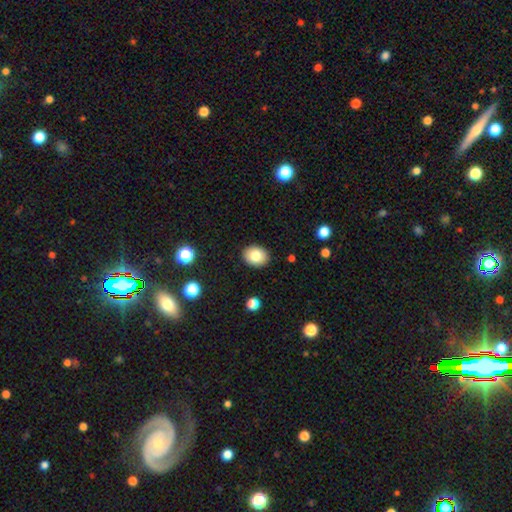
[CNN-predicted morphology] Q: Smooth or featured?
A: smooth (81%); runner-up: featured or disk (10%)
Q: How rounded?
A: in between (51%); runner-up: round (48%)
Q: Merging?
A: none (90%); runner-up: minor disturbance (7%)